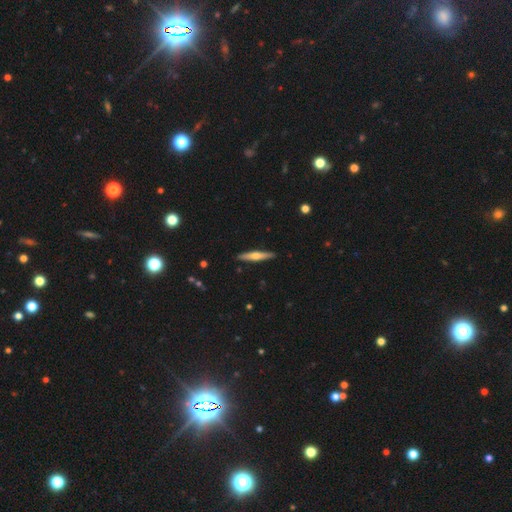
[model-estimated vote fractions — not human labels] Smooth or featured? featured or disk (52%)
Edge-on disk? yes (95%)
Merging? none (91%)